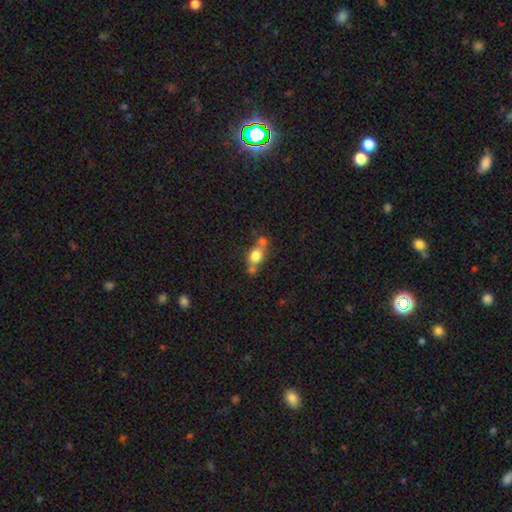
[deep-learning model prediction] This is likely a smooth galaxy (72%). How rounded: possibly in between (51%). Merging: marginally merger (42%).